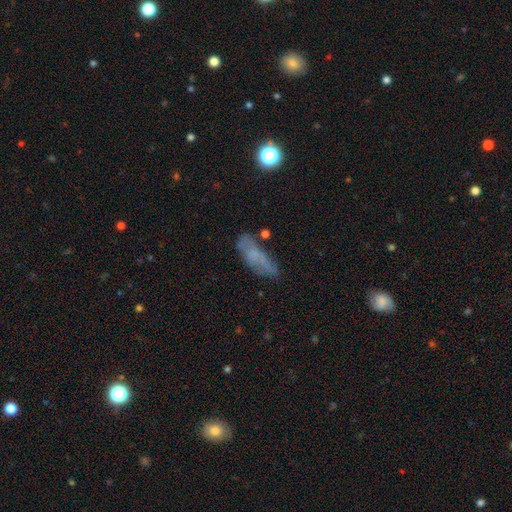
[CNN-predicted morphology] Smooth or featured?
  - smooth: 52% *
  - featured or disk: 35%
  - star or artifact: 13%
How rounded?
  - in between: 60% *
  - cigar-shaped: 36%
  - round: 3%
Merging?
  - none: 58% *
  - minor disturbance: 24%
  - major disturbance: 13%
  - merger: 5%